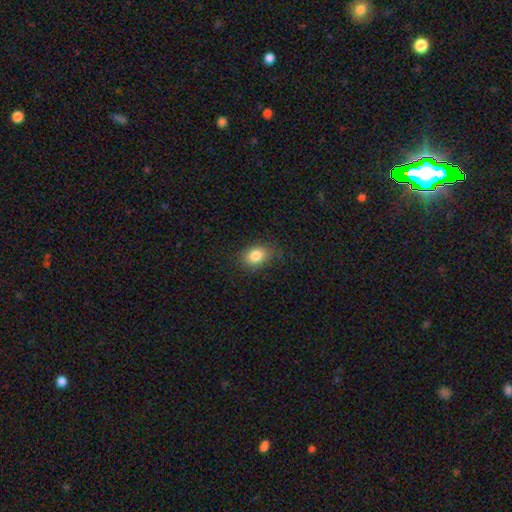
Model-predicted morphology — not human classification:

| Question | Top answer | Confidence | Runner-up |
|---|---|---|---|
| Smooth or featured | smooth | 84% | star or artifact (9%) |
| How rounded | in between | 71% | round (27%) |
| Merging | none | 80% | minor disturbance (15%) |